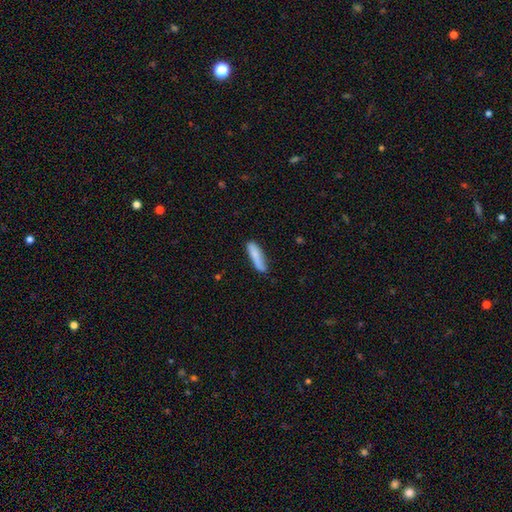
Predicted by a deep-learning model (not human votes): Morphology: type=smooth (80%); roundness=cigar-shaped (73%); merging=none (69%).